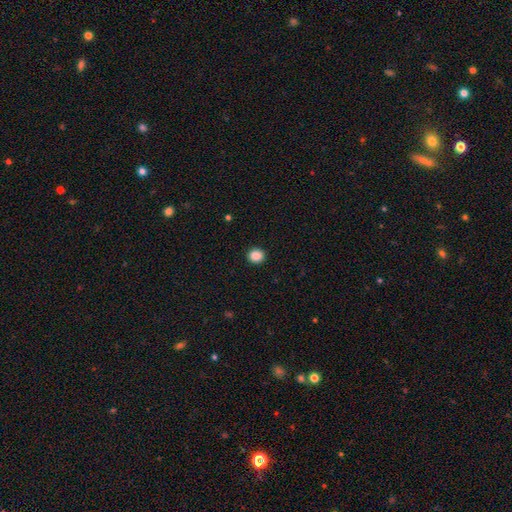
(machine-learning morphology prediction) A smooth galaxy with no disk features (88%) that is round (88%).

Vote fractions:
- Smooth or featured? smooth: 88% / star or artifact: 10% / featured or disk: 3%
- How rounded? round: 88% / in between: 11% / cigar-shaped: 1%
- Merging? none: 92% / minor disturbance: 5% / major disturbance: 2% / merger: 1%